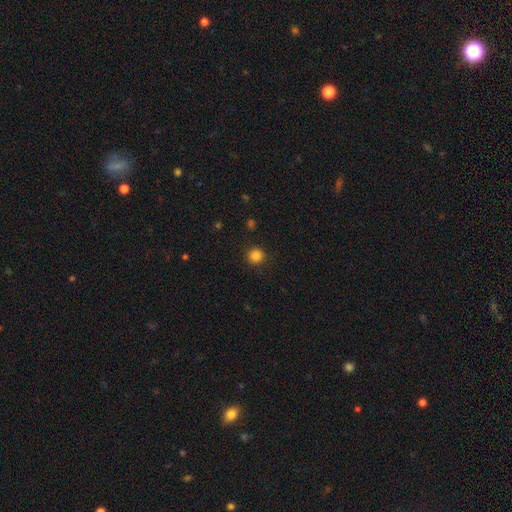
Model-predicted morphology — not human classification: The model was most divided on "smooth or featured": smooth: 85%, star or artifact: 12%, featured or disk: 3%. More confident: how rounded — round (94%); merging — none (91%).